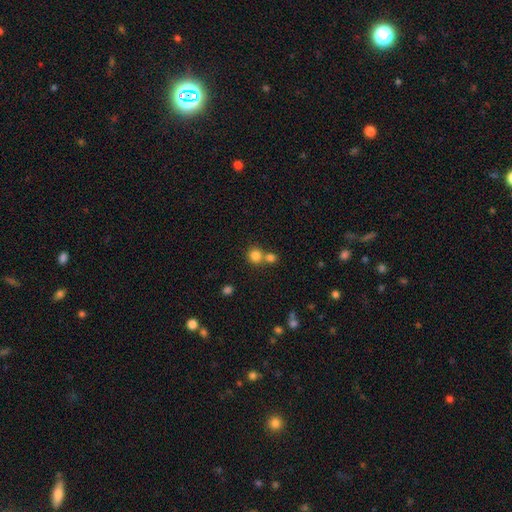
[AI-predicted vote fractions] smooth 81%, star or artifact 12%, featured or disk 6%. Down the decision tree: how rounded — round (89%); merging — none (55%).